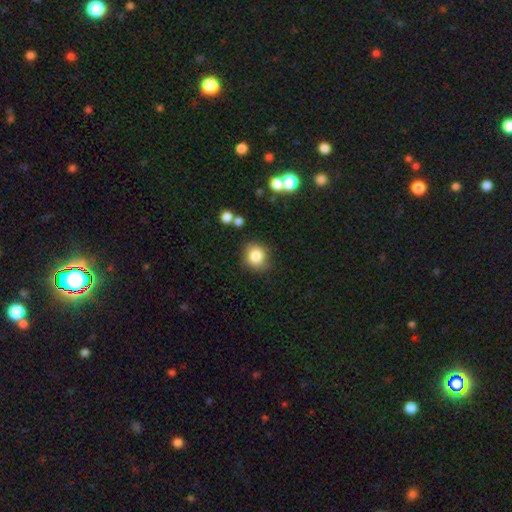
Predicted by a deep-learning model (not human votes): This appears to be a smooth galaxy with no disk features (83%) that is round (74%). Merging: none (78%).